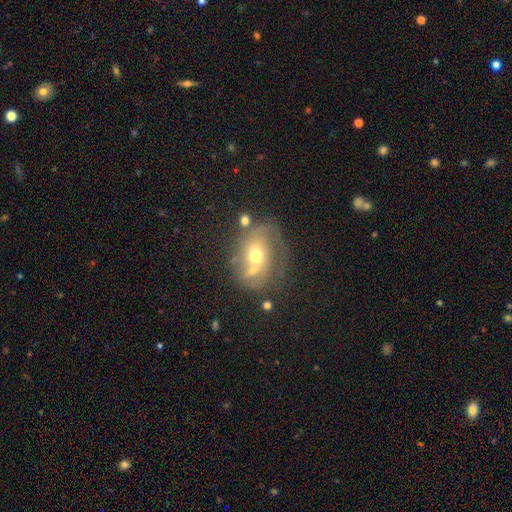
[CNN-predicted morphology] Q: Smooth or featured?
A: smooth (45%); runner-up: featured or disk (43%)
Q: Merging?
A: none (42%); runner-up: merger (22%)